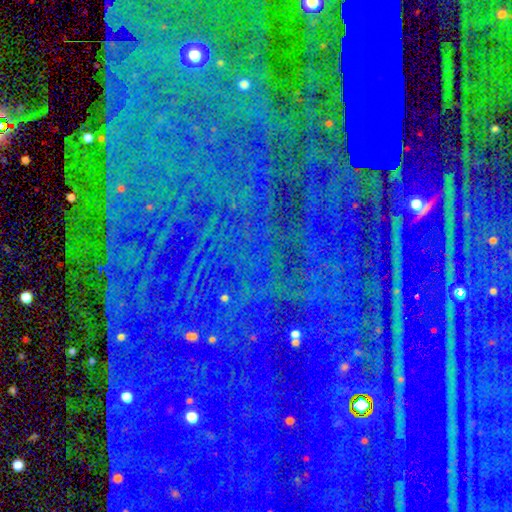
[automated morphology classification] Smooth or featured?
  - star or artifact: 85% *
  - smooth: 8%
  - featured or disk: 7%